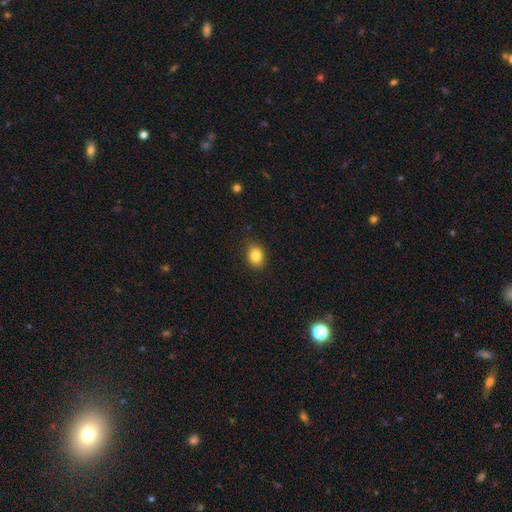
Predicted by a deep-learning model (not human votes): smooth_or_featured: smooth (p=0.84) [alt: star or artifact p=0.10]
how_rounded: in between (p=0.51) [alt: round p=0.48]
merging: none (p=0.81) [alt: minor disturbance p=0.15]